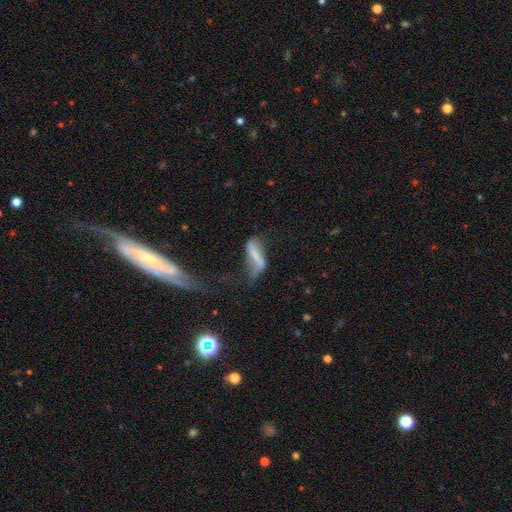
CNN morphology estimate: Smooth or featured?
  - featured or disk: 51% *
  - smooth: 40%
  - star or artifact: 9%
Edge-on disk?
  - no: 80% *
  - yes: 20%
Merging?
  - major disturbance: 34% *
  - none: 30%
  - minor disturbance: 25%
  - merger: 11%